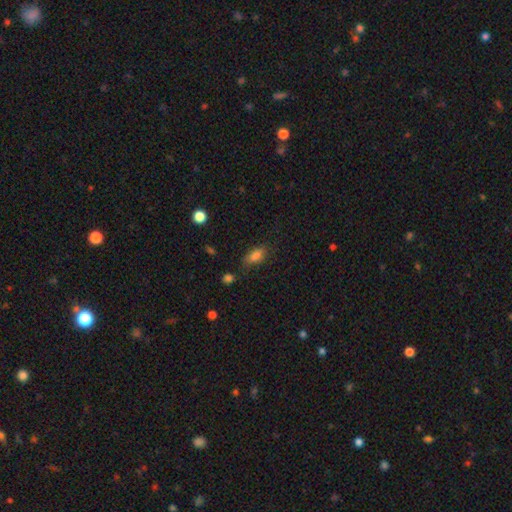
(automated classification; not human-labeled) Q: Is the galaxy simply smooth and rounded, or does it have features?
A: smooth — 81%.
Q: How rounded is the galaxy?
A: in between — 82%.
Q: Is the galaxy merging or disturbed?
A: none — 67%.